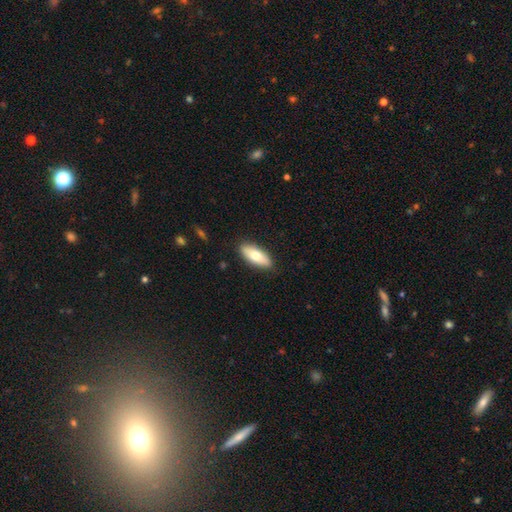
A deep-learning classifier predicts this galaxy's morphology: Smooth or featured?
  - smooth: 71% *
  - featured or disk: 24%
  - star or artifact: 6%
How rounded?
  - in between: 74% *
  - cigar-shaped: 24%
  - round: 2%
Merging?
  - none: 87% *
  - minor disturbance: 10%
  - major disturbance: 2%
  - merger: 1%